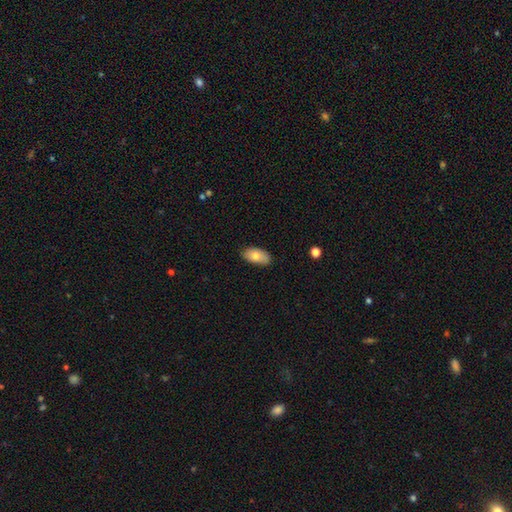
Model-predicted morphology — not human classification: A smooth galaxy with no disk features (77%) that is in between round and cigar-shaped (93%).

Vote fractions:
- Smooth or featured? smooth: 77% / featured or disk: 16% / star or artifact: 7%
- How rounded? in between: 93% / round: 4% / cigar-shaped: 3%
- Merging? none: 79% / minor disturbance: 18% / major disturbance: 2% / merger: 1%